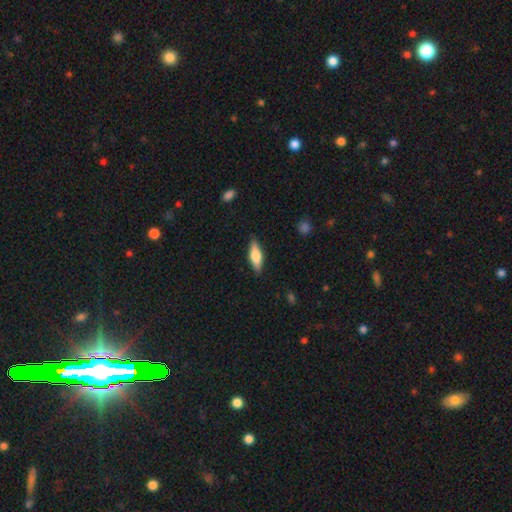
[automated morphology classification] A smooth galaxy with no disk features (62%) that is in between round and cigar-shaped (53%). Merging: none (86%).